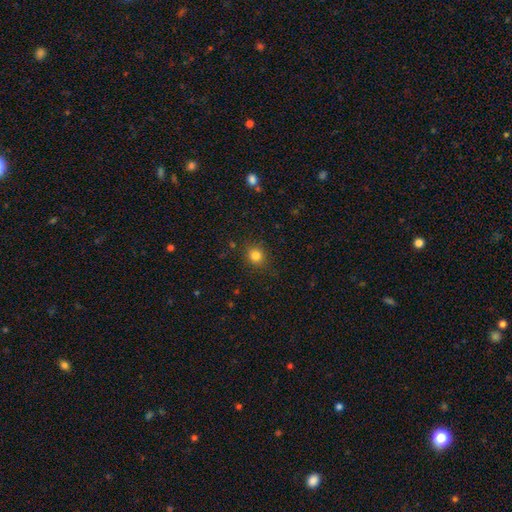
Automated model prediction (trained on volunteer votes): Smooth or featured? smooth (82%)
How rounded? round (84%)
Merging? none (87%)